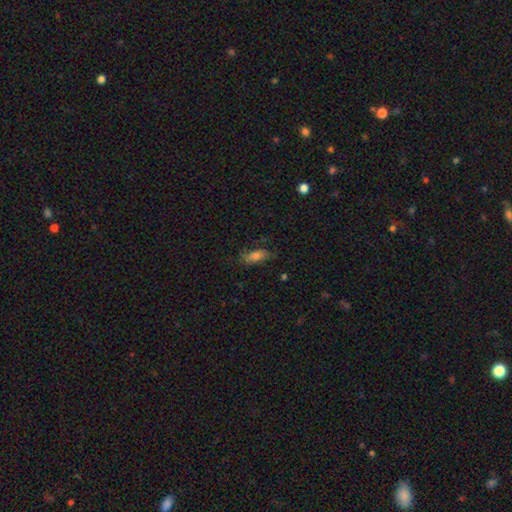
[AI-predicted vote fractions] A smooth galaxy with no disk features (70%) that is in between round and cigar-shaped (73%). Merging: none (67%).